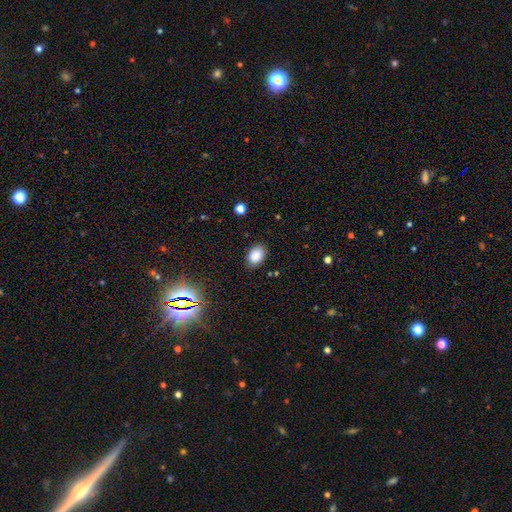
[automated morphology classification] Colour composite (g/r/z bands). It shows a smooth galaxy with no disk features (86%) that is in between round and cigar-shaped (81%). Merging: none (85%).